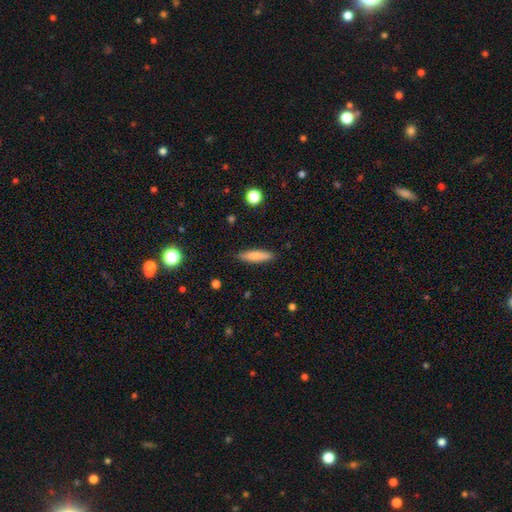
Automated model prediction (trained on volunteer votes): A smooth galaxy with no disk features (76%) that is cigar-shaped (75%).

Vote fractions:
- Smooth or featured? smooth: 76% / featured or disk: 17% / star or artifact: 6%
- How rounded? cigar-shaped: 75% / in between: 23% / round: 2%
- Merging? none: 87% / minor disturbance: 9% / major disturbance: 2% / merger: 1%